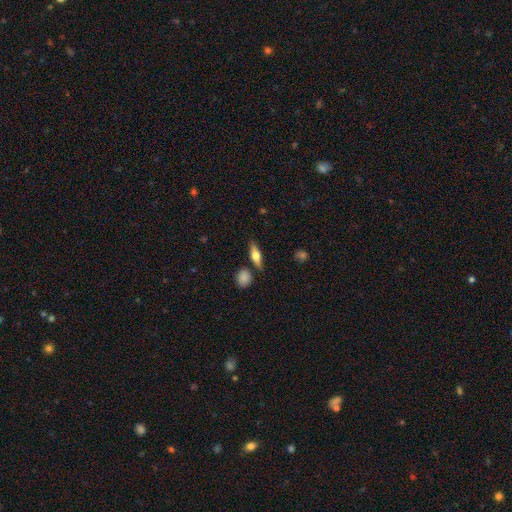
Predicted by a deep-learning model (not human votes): Smooth or featured: smooth — 49% (featured or disk — 45%)
Merging: none — 82% (minor disturbance — 11%)